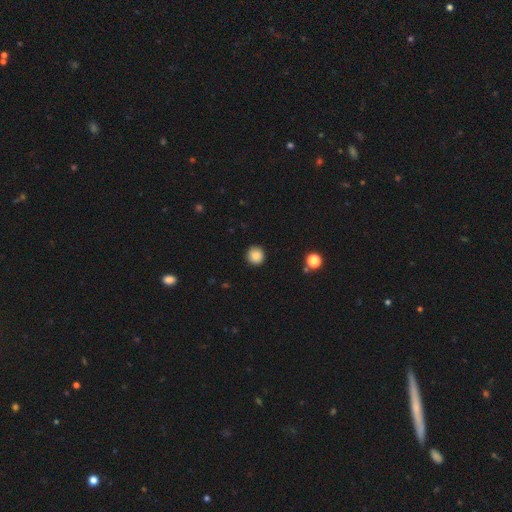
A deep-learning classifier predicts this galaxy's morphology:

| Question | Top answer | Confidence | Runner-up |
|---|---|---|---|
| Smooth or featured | smooth | 87% | star or artifact (10%) |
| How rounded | round | 94% | in between (5%) |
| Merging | none | 92% | minor disturbance (6%) |